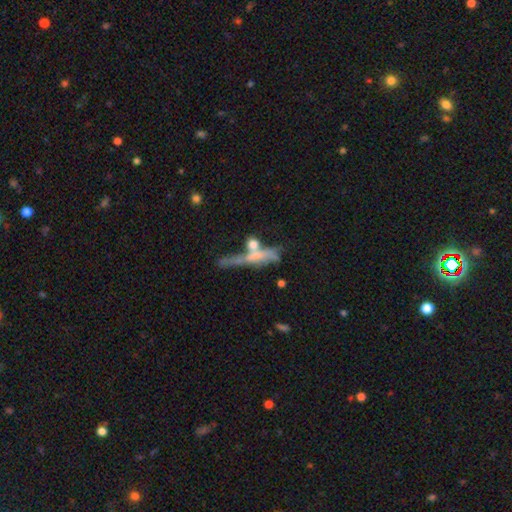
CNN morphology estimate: This appears to be a featured or disk galaxy (52%) viewed edge-on (65%). Merging: merger (33%).